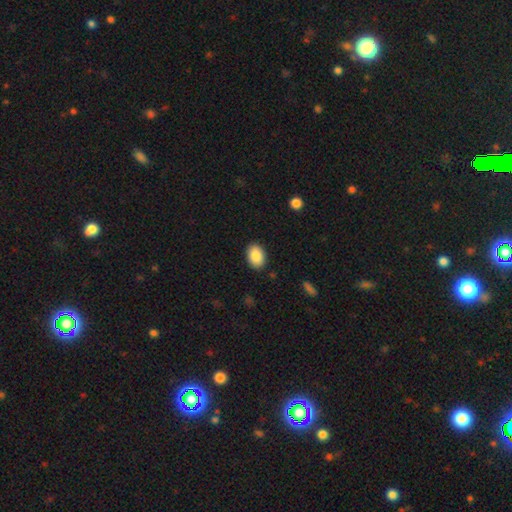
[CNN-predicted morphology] type=smooth (88%); roundness=in between (83%); merging=none (89%).